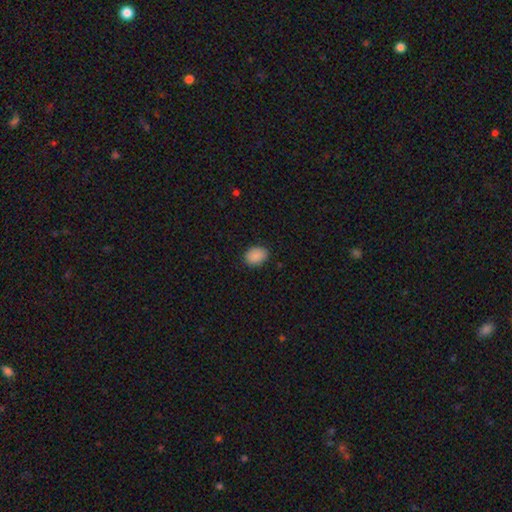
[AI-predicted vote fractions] smooth-or-featured: smooth: 89% | star or artifact: 8% | featured or disk: 3%
  how-rounded: in between: 72% | round: 27% | cigar-shaped: 1%
  merging: none: 87% | minor disturbance: 10% | major disturbance: 2% | merger: 1%